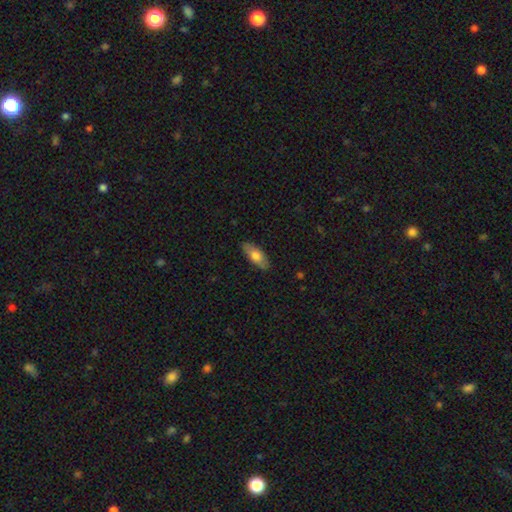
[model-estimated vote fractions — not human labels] Smooth or featured? Predicted: smooth (p=0.71). How rounded? Predicted: in between (p=0.82). Merging? Predicted: none (p=0.86).